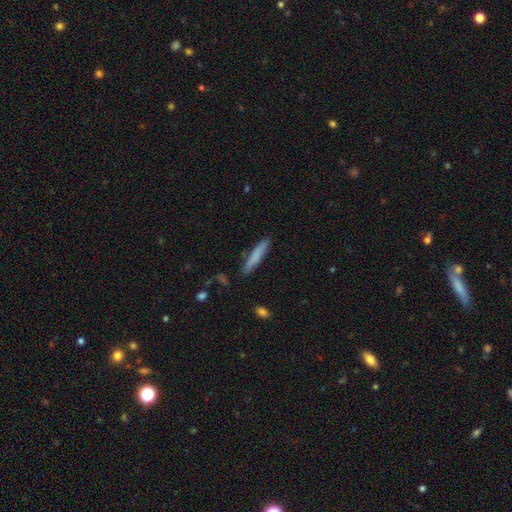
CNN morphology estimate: The model was most divided on "smooth or featured": smooth: 76%, featured or disk: 19%, star or artifact: 6%. More confident: how rounded — cigar-shaped (93%); merging — none (87%).